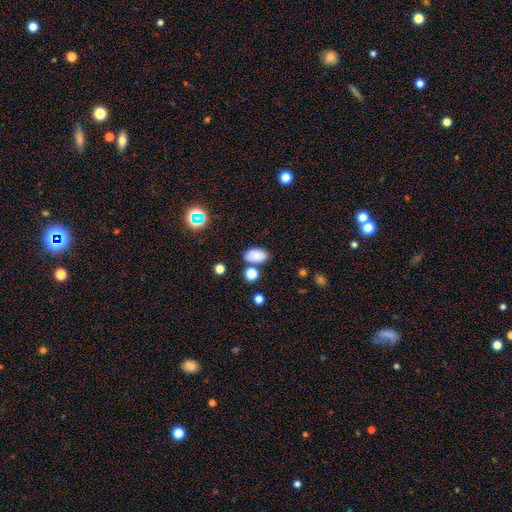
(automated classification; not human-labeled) Q: Smooth or featured?
A: smooth (80%); runner-up: star or artifact (12%)
Q: How rounded?
A: in between (90%); runner-up: round (8%)
Q: Merging?
A: none (74%); runner-up: minor disturbance (14%)